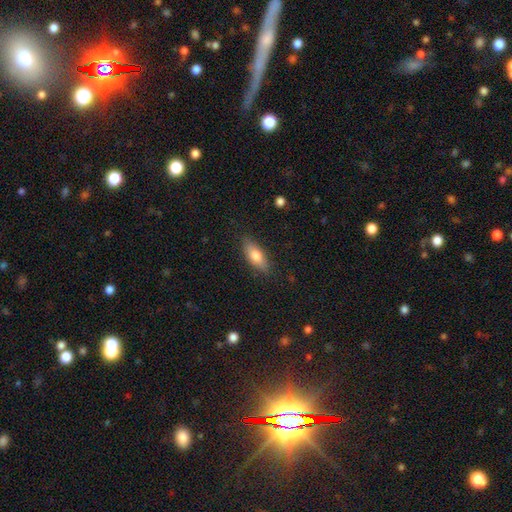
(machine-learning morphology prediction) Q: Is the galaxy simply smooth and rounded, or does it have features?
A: smooth — 73%.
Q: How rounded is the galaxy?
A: in between — 71%.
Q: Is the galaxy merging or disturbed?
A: none — 84%.